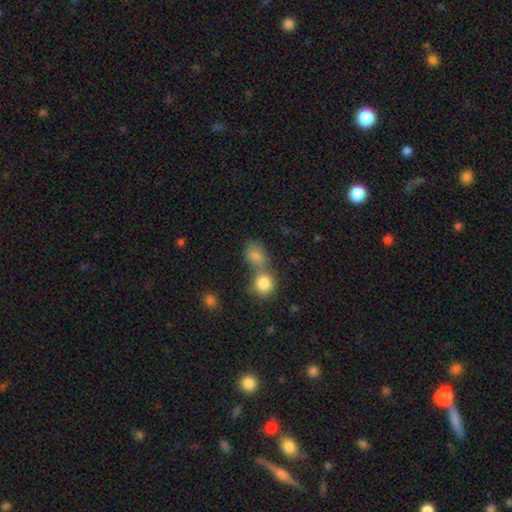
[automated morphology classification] type=smooth (82%); roundness=in between (55%); merging=merger (51%).